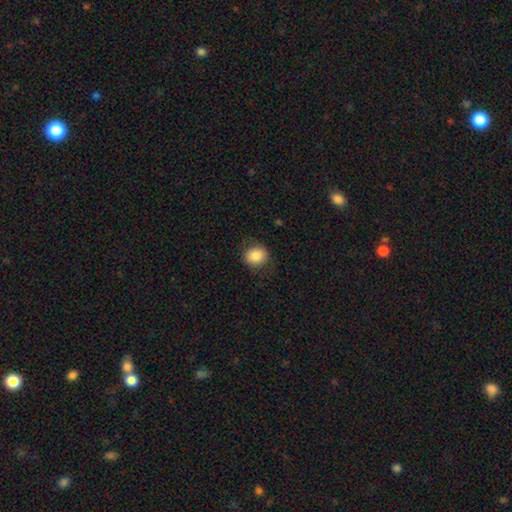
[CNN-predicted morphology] Overall: smooth (85%). How rounded: round (74%). Merging: none (83%).